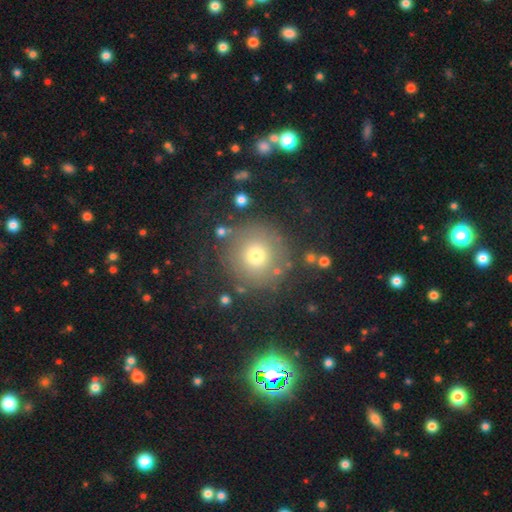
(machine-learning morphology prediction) Smooth or featured: smooth — 70% (featured or disk — 15%)
How rounded: round — 94% (in between — 5%)
Merging: none — 79% (minor disturbance — 11%)